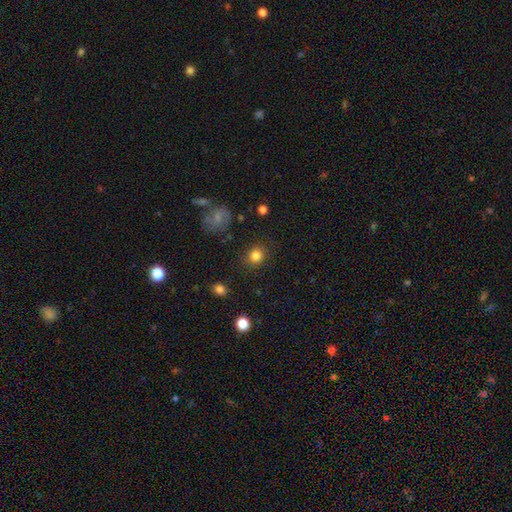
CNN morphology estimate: Overall: smooth (84%). How rounded: round (83%). Merging: none (86%).